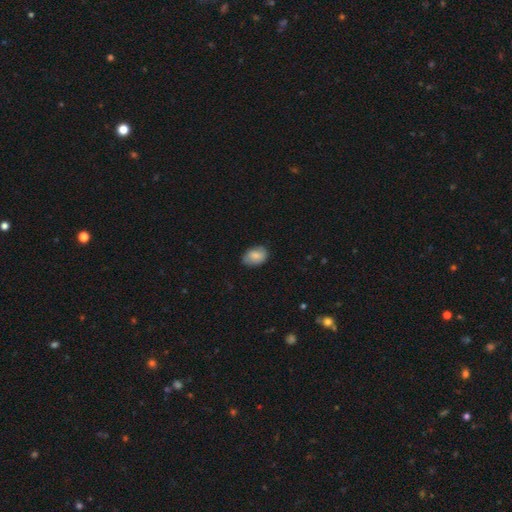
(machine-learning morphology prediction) A smooth galaxy with no disk features (84%) that is in between round and cigar-shaped (84%).

Vote fractions:
- Smooth or featured? smooth: 84% / featured or disk: 9% / star or artifact: 7%
- How rounded? in between: 84% / round: 15% / cigar-shaped: 1%
- Merging? none: 79% / minor disturbance: 17% / major disturbance: 3% / merger: 1%